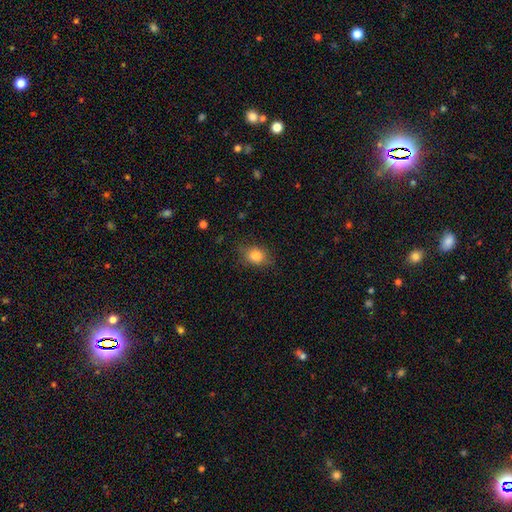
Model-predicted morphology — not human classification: This appears to be a smooth galaxy with no disk features (82%) that is round (52%). Merging: none (76%).